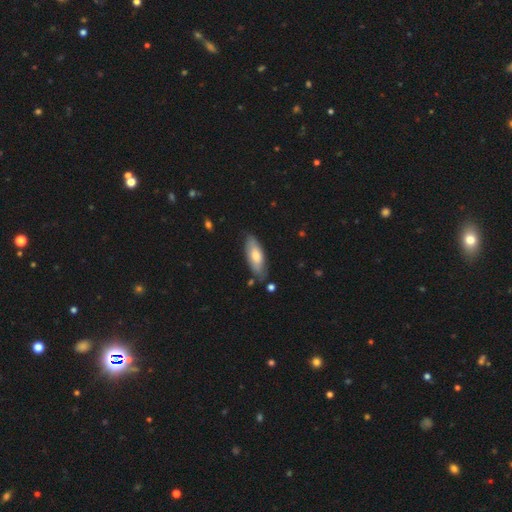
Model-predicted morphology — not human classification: Smooth or featured? Predicted: smooth (p=0.65). How rounded? Predicted: in between (p=0.70). Merging? Predicted: none (p=0.75).